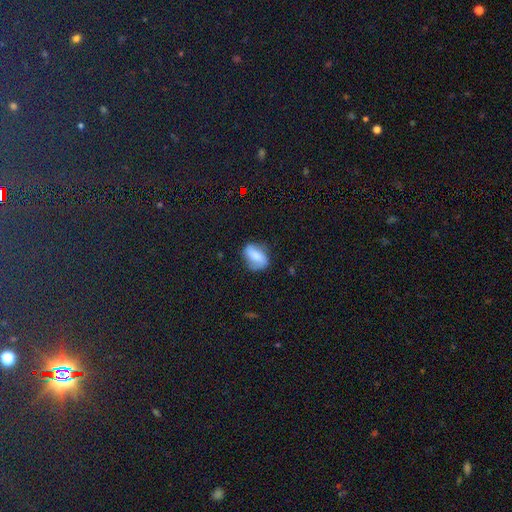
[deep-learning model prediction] The model was most divided on "smooth or featured": smooth: 60%, featured or disk: 31%, star or artifact: 9%. More confident: how rounded — in between (81%); merging — none (65%).